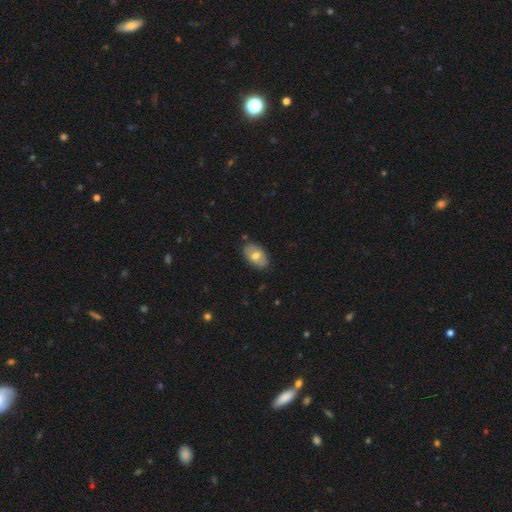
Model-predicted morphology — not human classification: Overall: smooth (63%; featured or disk 30%). How rounded: in between (91%). Merging: none (83%).